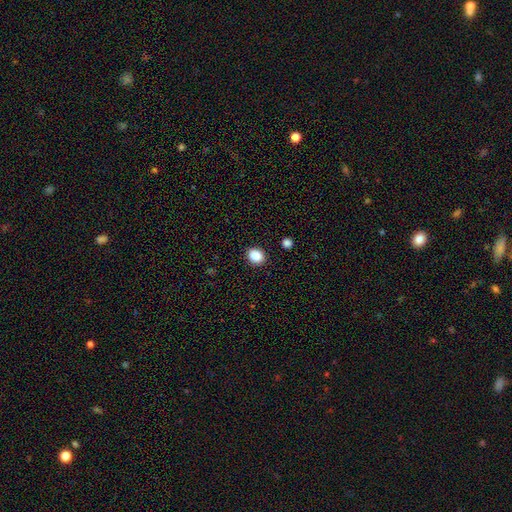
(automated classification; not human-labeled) A smooth galaxy with no disk features (87%) that is round (64%).

Vote fractions:
- Smooth or featured? smooth: 87% / star or artifact: 9% / featured or disk: 3%
- How rounded? round: 64% / in between: 35% / cigar-shaped: 1%
- Merging? none: 89% / minor disturbance: 7% / major disturbance: 2% / merger: 2%